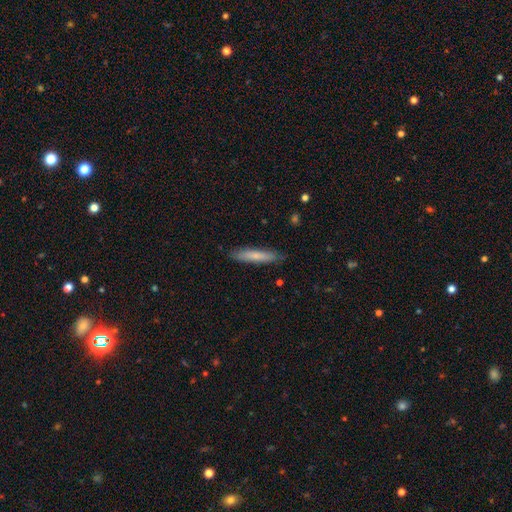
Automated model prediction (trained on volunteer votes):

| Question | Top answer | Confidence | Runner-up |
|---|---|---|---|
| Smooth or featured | smooth | 73% | featured or disk (21%) |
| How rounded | cigar-shaped | 88% | in between (10%) |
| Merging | none | 86% | minor disturbance (11%) |